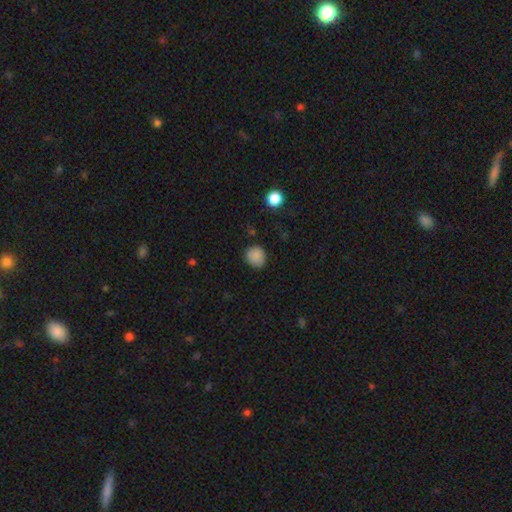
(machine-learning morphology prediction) A smooth galaxy with no disk features (86%) that is round (84%). Merging: none (82%).